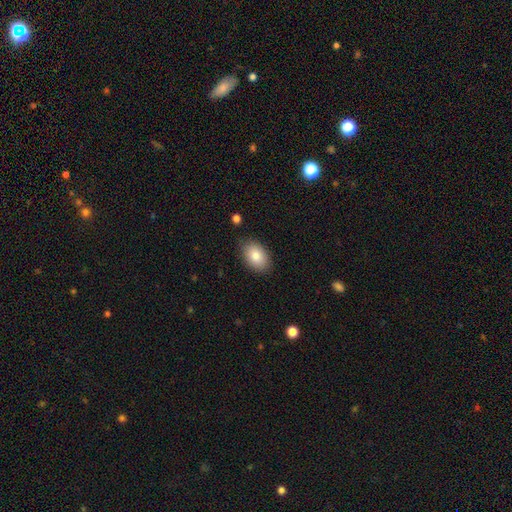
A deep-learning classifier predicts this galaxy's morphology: A smooth galaxy with no disk features (84%) that is in between round and cigar-shaped (88%).

Vote fractions:
- Smooth or featured? smooth: 84% / featured or disk: 9% / star or artifact: 7%
- How rounded? in between: 88% / round: 11% / cigar-shaped: 1%
- Merging? none: 85% / minor disturbance: 11% / major disturbance: 2% / merger: 1%